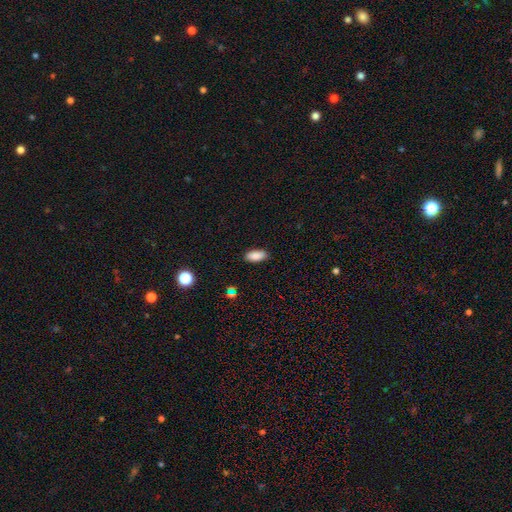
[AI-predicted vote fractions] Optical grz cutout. It shows a smooth galaxy with no disk features (87%) that is in between round and cigar-shaped (89%). Merging: none (87%).